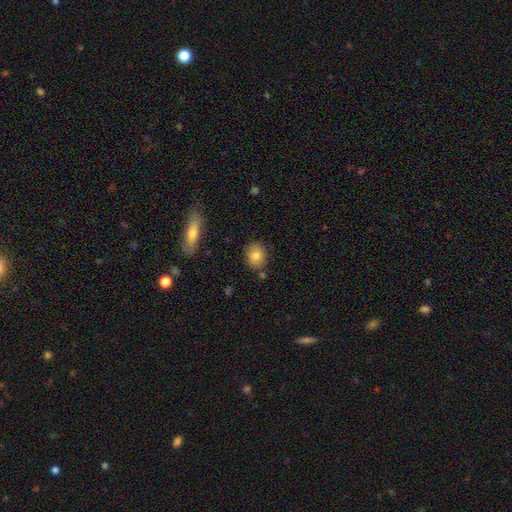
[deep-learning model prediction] Q: Smooth or featured?
A: smooth (82%); runner-up: featured or disk (10%)
Q: How rounded?
A: in between (51%); runner-up: round (47%)
Q: Merging?
A: none (80%); runner-up: minor disturbance (12%)